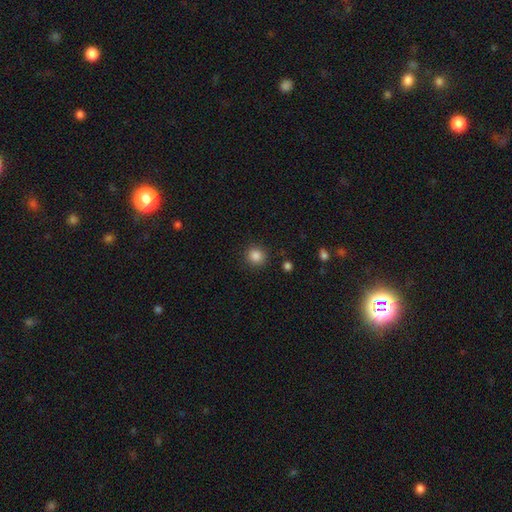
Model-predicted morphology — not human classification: smooth-or-featured: smooth: 86% | star or artifact: 11% | featured or disk: 3%
  how-rounded: round: 91% | in between: 8% | cigar-shaped: 1%
  merging: none: 89% | minor disturbance: 7% | major disturbance: 2% | merger: 2%